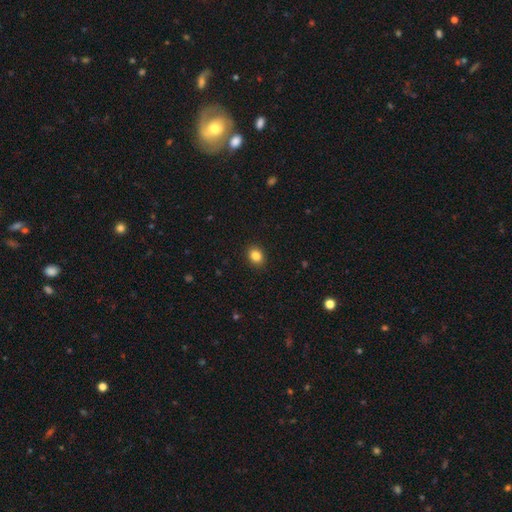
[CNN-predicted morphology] Smooth or featured? Predicted: smooth (p=0.85). How rounded? Predicted: in between (p=0.52). Merging? Predicted: none (p=0.91).